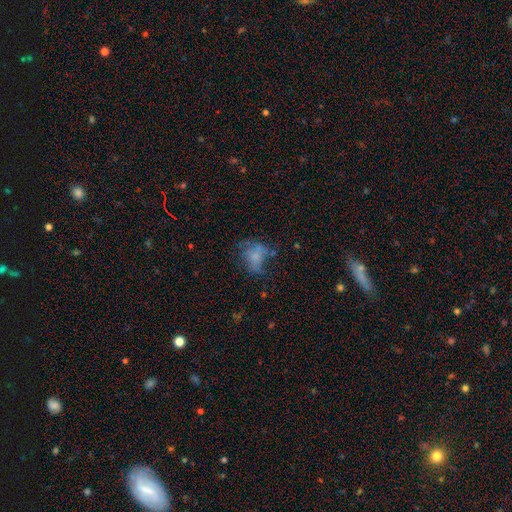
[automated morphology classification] The model was most divided on "merging": none: 35%, major disturbance: 34%, minor disturbance: 24%, merger: 7%. More confident: how rounded — in between (67%); smooth or featured — smooth (53%).